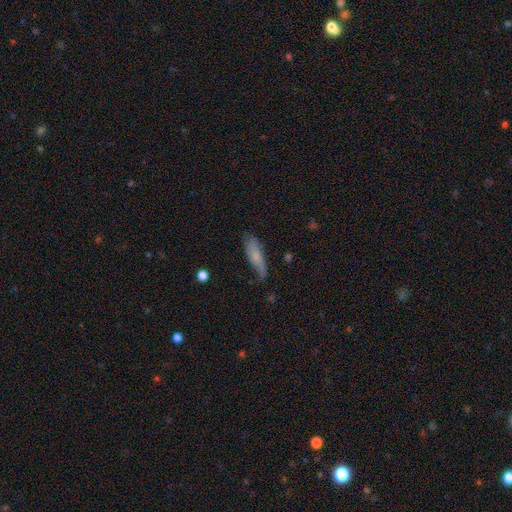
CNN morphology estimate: type=smooth (65%); roundness=cigar-shaped (57%); merging=none (60%).